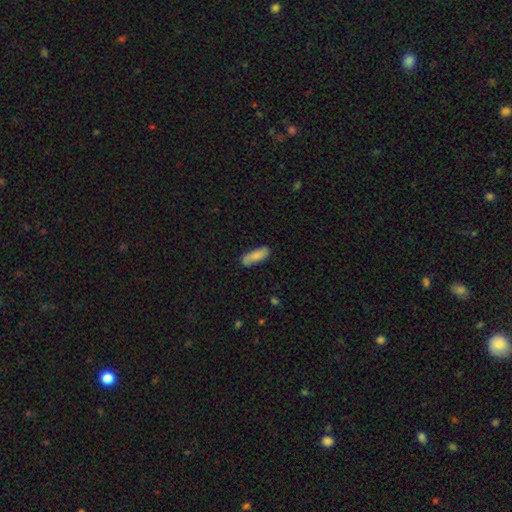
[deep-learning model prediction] This is likely a smooth galaxy (77%). How rounded: likely in between (61%). Merging: likely none (69%).